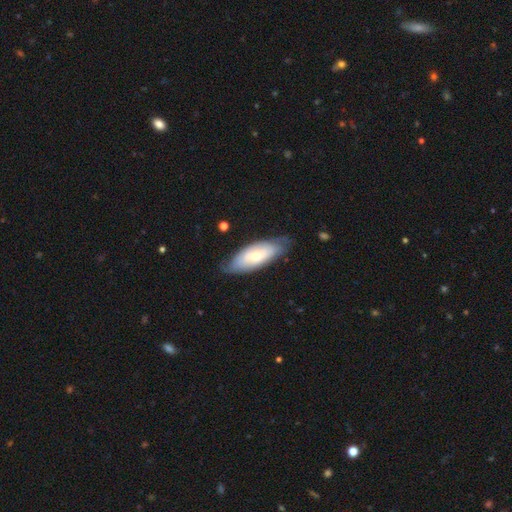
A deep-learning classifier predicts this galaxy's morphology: smooth 51%, featured or disk 43%, star or artifact 6%. Down the decision tree: how rounded — in between (78%); merging — none (69%).